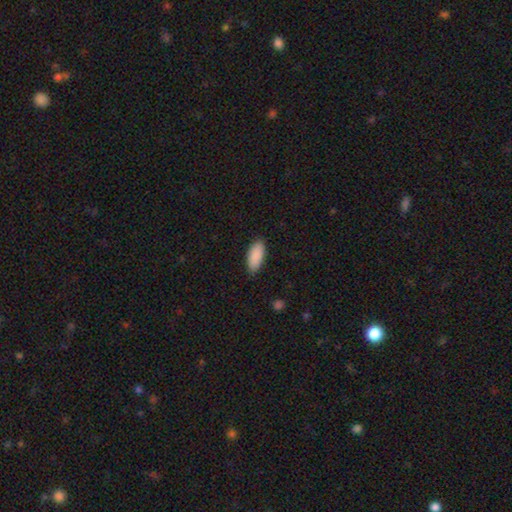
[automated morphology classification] Overall: smooth (90%). How rounded: in between (88%). Merging: none (86%).